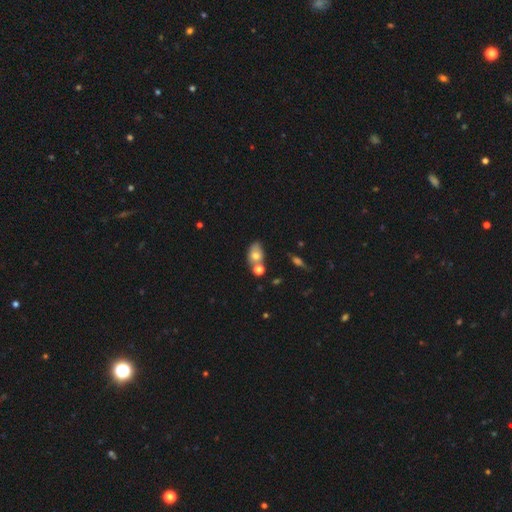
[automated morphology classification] smooth_or_featured: smooth (p=0.69) [alt: featured or disk p=0.21]
how_rounded: in between (p=0.81) [alt: round p=0.17]
merging: none (p=0.51) [alt: merger p=0.27]